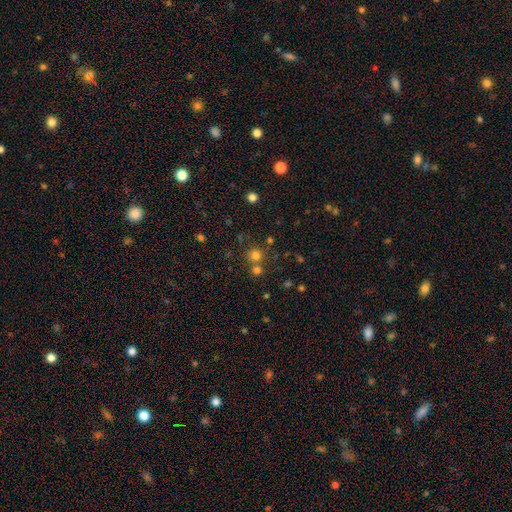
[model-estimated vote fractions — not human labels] Smooth or featured? Predicted: smooth (p=0.73). How rounded? Predicted: round (p=0.92). Merging? Predicted: none (p=0.68).